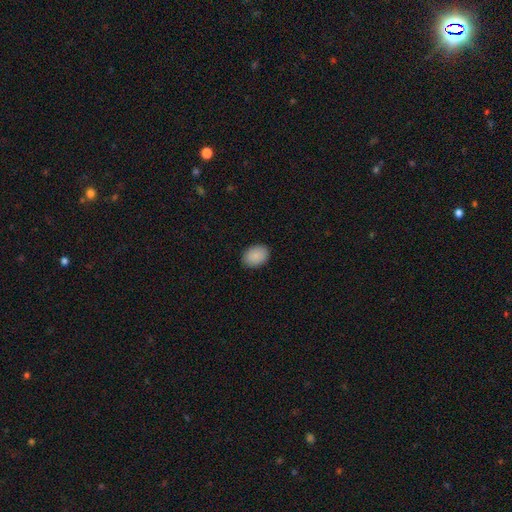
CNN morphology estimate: Overall: smooth (89%). How rounded: in between (73%). Merging: none (89%).